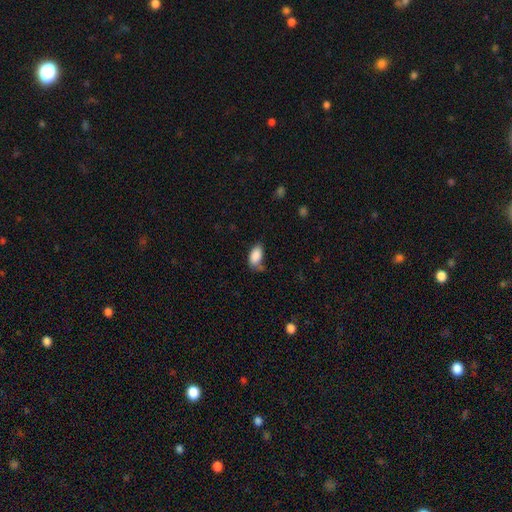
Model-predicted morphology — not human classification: Overall: smooth (88%). How rounded: in between (93%). Merging: none (60%; minor disturbance 27%).